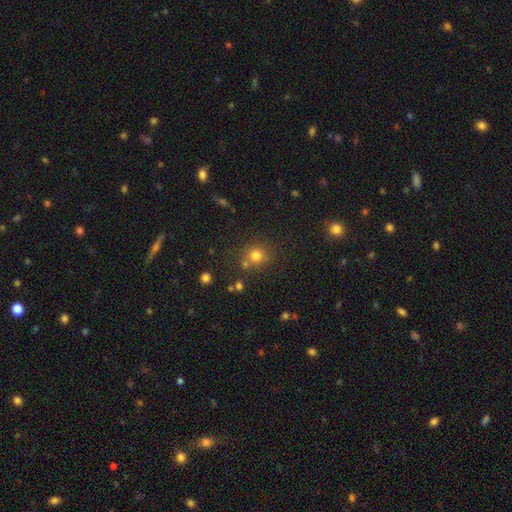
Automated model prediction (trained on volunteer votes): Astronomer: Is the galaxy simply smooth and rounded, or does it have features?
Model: smooth — 77%.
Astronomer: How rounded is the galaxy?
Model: round — 86%.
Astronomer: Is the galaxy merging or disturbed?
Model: none — 68%.